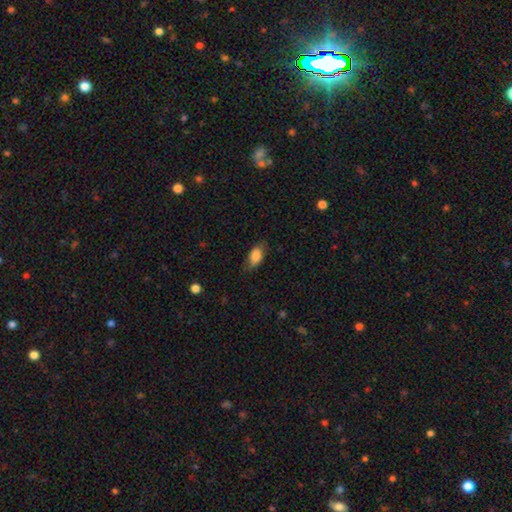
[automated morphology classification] smooth-or-featured: smooth: 84% | featured or disk: 9% | star or artifact: 7%
  how-rounded: in between: 88% | cigar-shaped: 6% | round: 6%
  merging: none: 73% | minor disturbance: 20% | major disturbance: 6% | merger: 1%